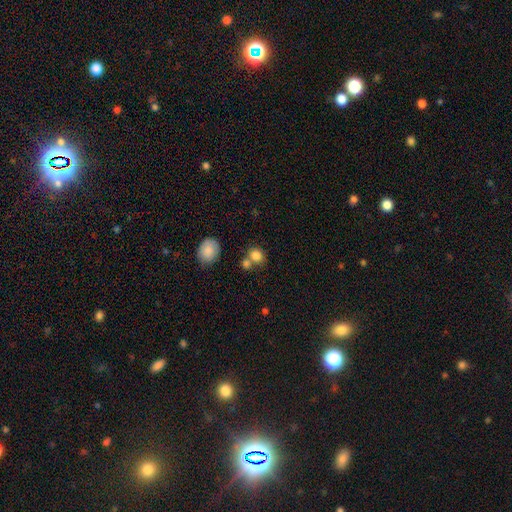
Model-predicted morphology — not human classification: Q: Smooth or featured?
A: smooth (83%); runner-up: star or artifact (10%)
Q: How rounded?
A: round (77%); runner-up: in between (22%)
Q: Merging?
A: none (53%); runner-up: merger (33%)